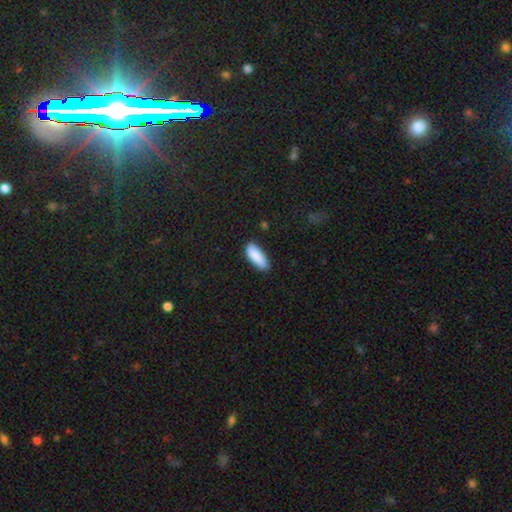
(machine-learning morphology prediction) A smooth galaxy with no disk features (89%) that is in between round and cigar-shaped (74%). Merging: none (82%).